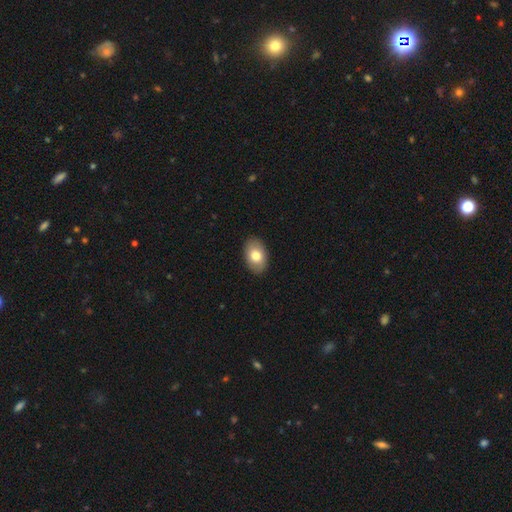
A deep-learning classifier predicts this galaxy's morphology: Q: Smooth or featured?
A: smooth (78%); runner-up: featured or disk (15%)
Q: How rounded?
A: in between (90%); runner-up: round (9%)
Q: Merging?
A: none (89%); runner-up: minor disturbance (8%)